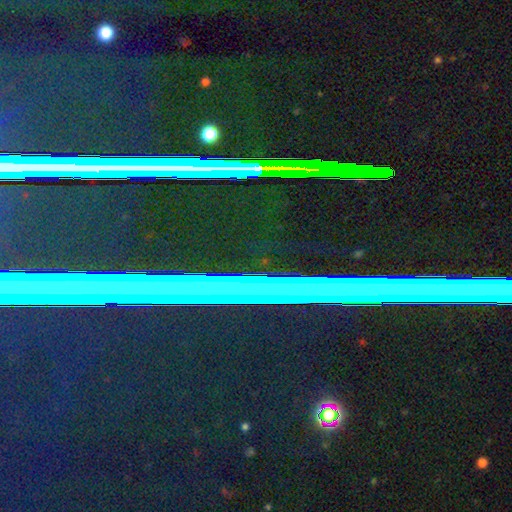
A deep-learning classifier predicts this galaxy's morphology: star or artifact 73%, featured or disk 15%, smooth 12%.